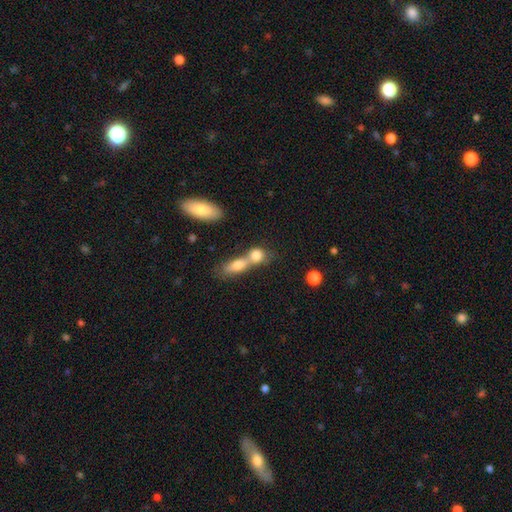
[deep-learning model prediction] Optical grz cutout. It shows a smooth galaxy with no disk features (79%) that is round (47%). Merging: merger (65%).